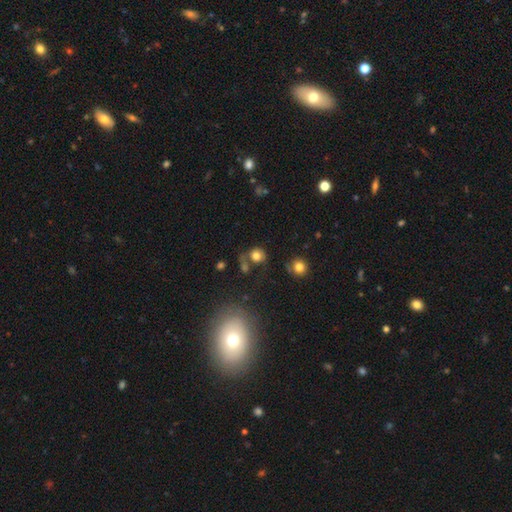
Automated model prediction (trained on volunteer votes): smooth 77%, star or artifact 13%, featured or disk 10%. Down the decision tree: how rounded — round (80%); merging — none (56%).